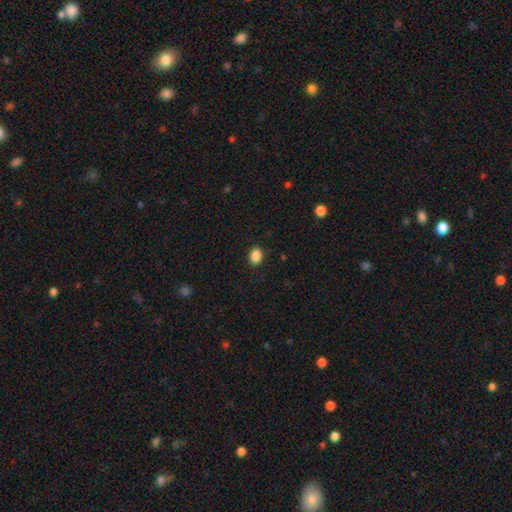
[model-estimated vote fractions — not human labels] Smooth or featured? smooth (88%)
How rounded? in between (58%)
Merging? none (89%)